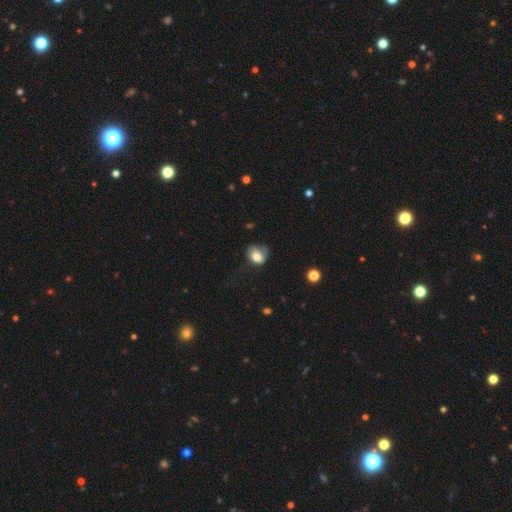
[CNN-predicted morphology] Smooth or featured? smooth (71%)
How rounded? in between (61%)
Merging? major disturbance (34%)